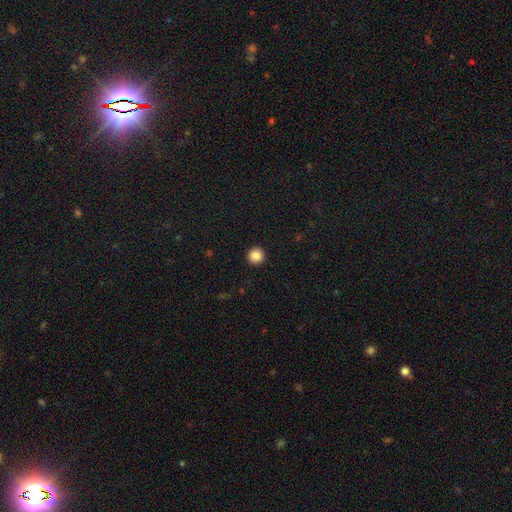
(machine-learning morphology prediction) A smooth galaxy with no disk features (87%) that is round (95%).

Vote fractions:
- Smooth or featured? smooth: 87% / star or artifact: 10% / featured or disk: 3%
- How rounded? round: 95% / in between: 4% / cigar-shaped: 1%
- Merging? none: 93% / minor disturbance: 5% / major disturbance: 2% / merger: 1%